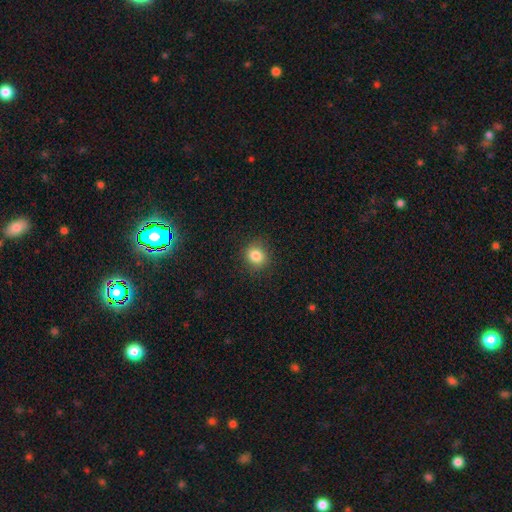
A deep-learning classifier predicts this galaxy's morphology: Q: Smooth or featured?
A: smooth (84%); runner-up: star or artifact (11%)
Q: How rounded?
A: round (79%); runner-up: in between (20%)
Q: Merging?
A: none (87%); runner-up: minor disturbance (9%)